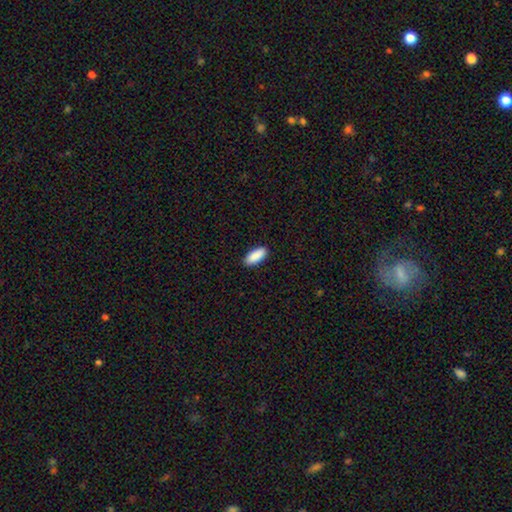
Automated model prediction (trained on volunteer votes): Smooth or featured? smooth (91%)
How rounded? in between (80%)
Merging? none (90%)